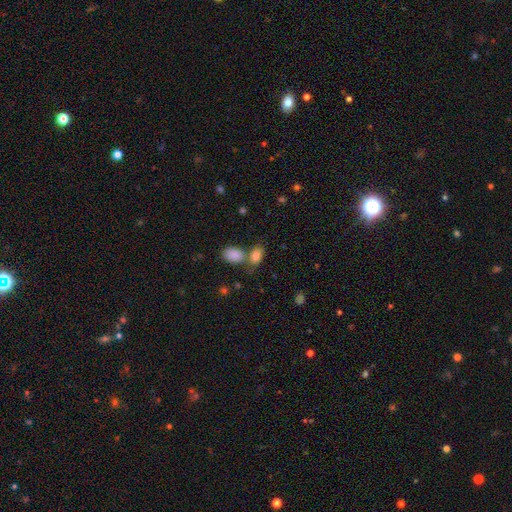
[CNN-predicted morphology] This appears to be a smooth galaxy with no disk features (83%) that is in between round and cigar-shaped (89%). Merging: none (45%).